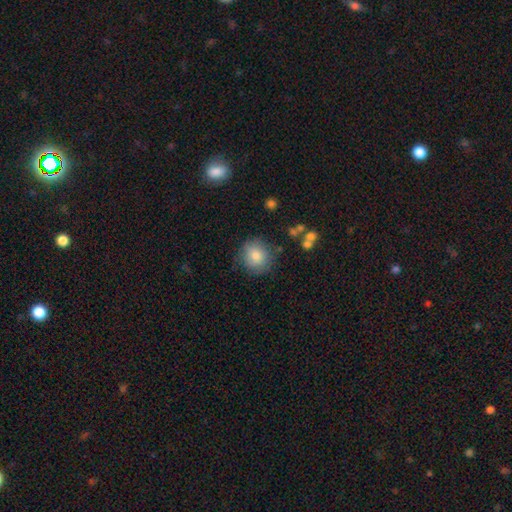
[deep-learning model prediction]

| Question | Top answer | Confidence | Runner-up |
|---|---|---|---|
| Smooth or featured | smooth | 80% | featured or disk (10%) |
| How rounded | round | 88% | in between (11%) |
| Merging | none | 82% | minor disturbance (12%) |